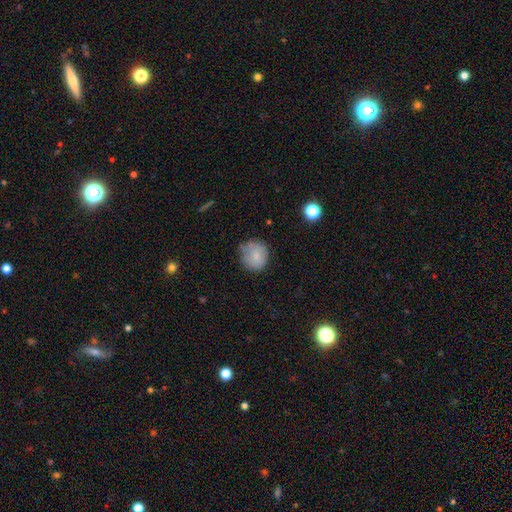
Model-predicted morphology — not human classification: The model was most divided on "merging": none: 67%, minor disturbance: 24%, major disturbance: 6%, merger: 2%. More confident: how rounded — round (87%); smooth or featured — smooth (80%).